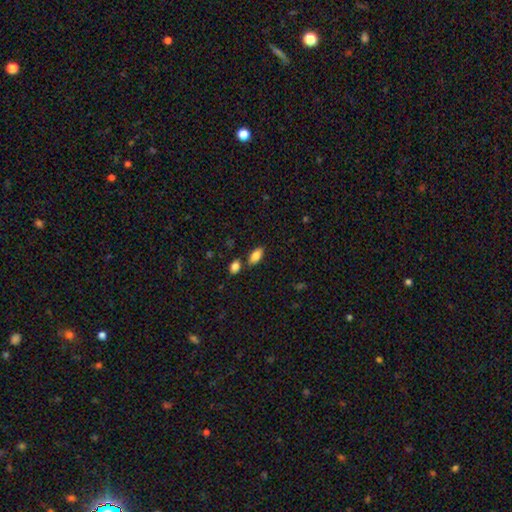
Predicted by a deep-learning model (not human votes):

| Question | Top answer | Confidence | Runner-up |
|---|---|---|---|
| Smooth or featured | smooth | 84% | featured or disk (9%) |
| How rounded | in between | 90% | cigar-shaped (7%) |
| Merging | none | 75% | merger (12%) |